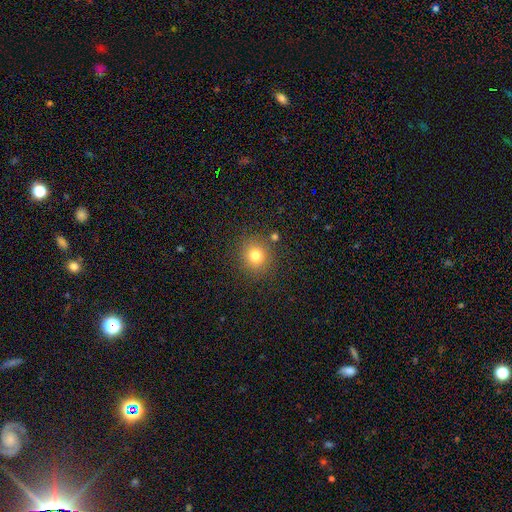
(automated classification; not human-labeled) Overall: smooth (77%). How rounded: round (88%). Merging: none (86%).